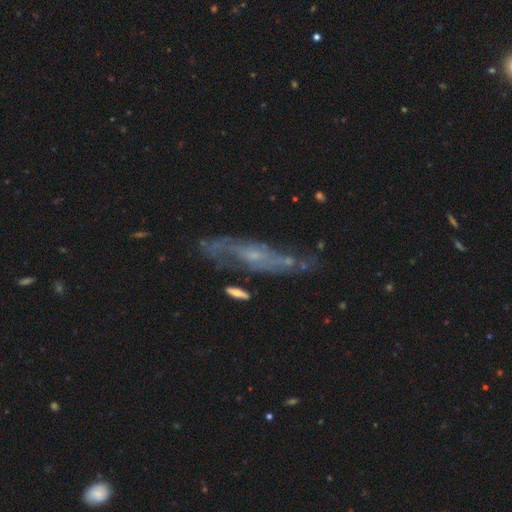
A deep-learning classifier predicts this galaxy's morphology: smooth-or-featured: featured or disk: 73% | smooth: 18% | star or artifact: 10%
  disk-edge-on: no: 73% | yes: 27%
    bar: no: 66% | weak: 27% | strong: 7%
    has-spiral-arms: yes: 76% | no: 24%
    bulge-size: small: 70% | moderate: 18% | none: 10% | large: 1% | dominant: 1%
  merging: none: 54% | minor disturbance: 23% | major disturbance: 15% | merger: 8%